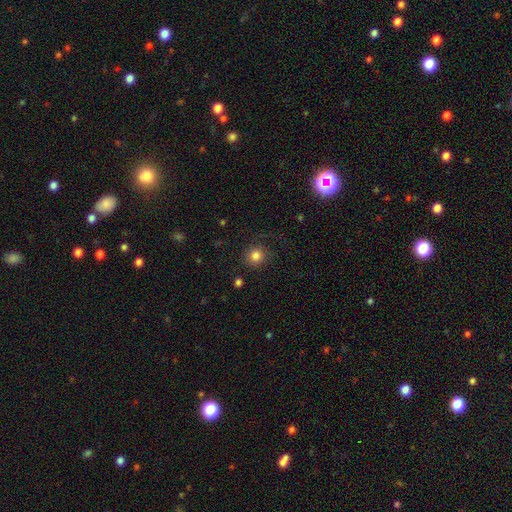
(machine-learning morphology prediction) Smooth or featured? Predicted: smooth (p=0.82). How rounded? Predicted: round (p=0.90). Merging? Predicted: none (p=0.83).